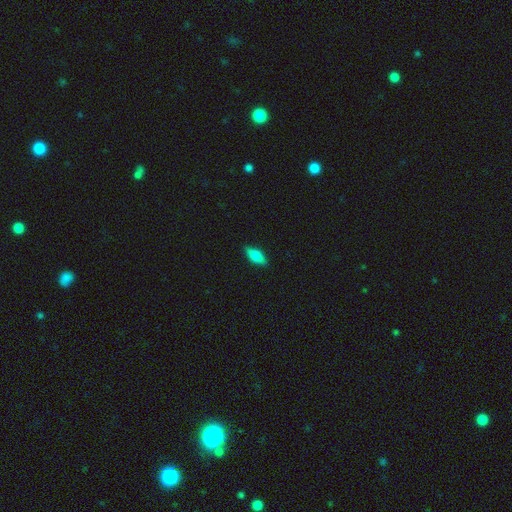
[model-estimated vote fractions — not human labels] This is likely a smooth galaxy (71%). How rounded: likely in between (74%). Merging: clearly none (88%).